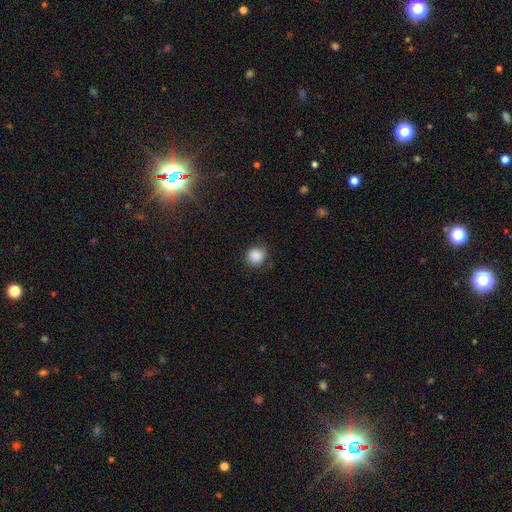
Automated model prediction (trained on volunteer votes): Smooth or featured? Predicted: smooth (p=0.87). How rounded? Predicted: round (p=0.87). Merging? Predicted: none (p=0.78).